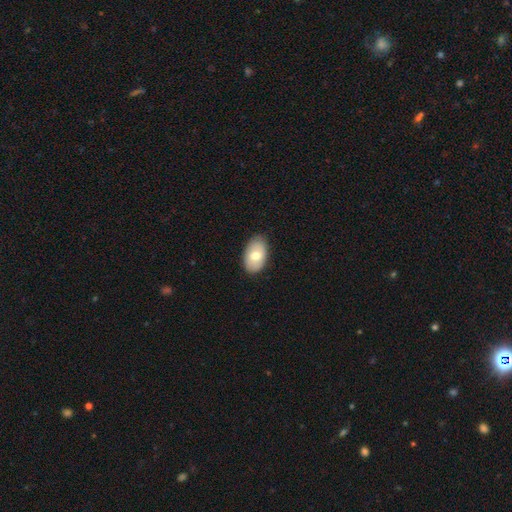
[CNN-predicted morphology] smooth_or_featured: smooth (p=0.68) [alt: featured or disk p=0.26]
how_rounded: in between (p=0.92) [alt: round p=0.07]
merging: none (p=0.83) [alt: minor disturbance p=0.14]